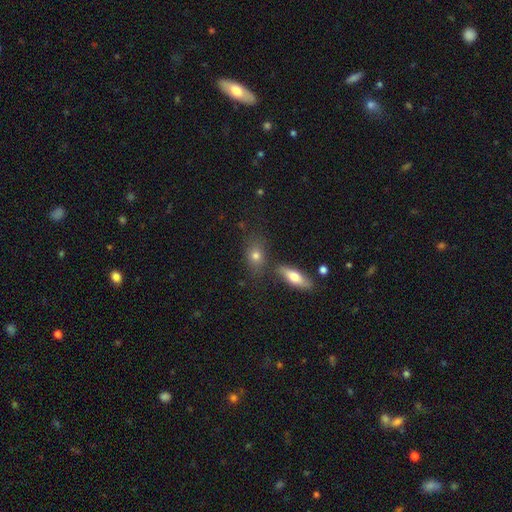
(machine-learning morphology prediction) This is likely a smooth galaxy (73%). How rounded: likely in between (66%). Merging: likely none (67%).